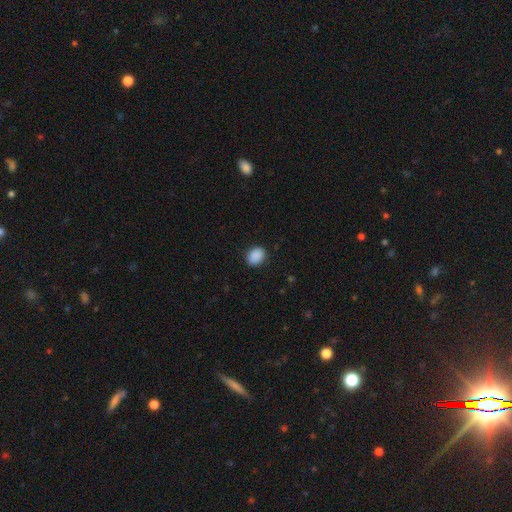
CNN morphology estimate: Smooth or featured? smooth (90%)
How rounded? in between (55%)
Merging? none (88%)